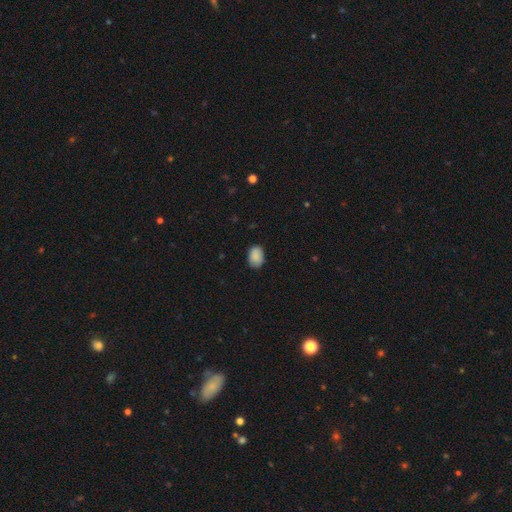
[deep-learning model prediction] smooth-or-featured: smooth: 89% | star or artifact: 7% | featured or disk: 4%
  how-rounded: in between: 81% | round: 18% | cigar-shaped: 1%
  merging: none: 82% | minor disturbance: 15% | major disturbance: 3% | merger: 1%